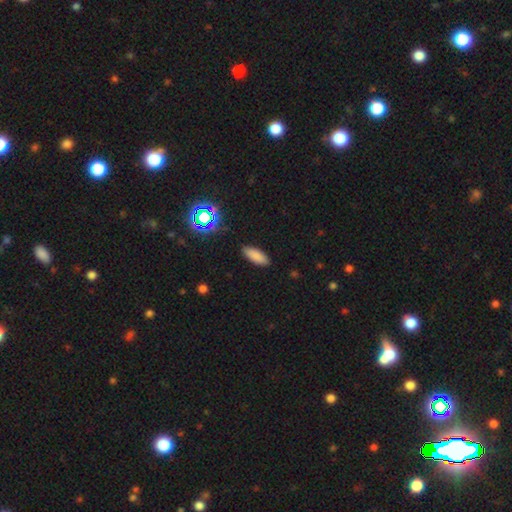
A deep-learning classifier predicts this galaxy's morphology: A smooth galaxy with no disk features (83%) that is in between round and cigar-shaped (76%).

Vote fractions:
- Smooth or featured? smooth: 83% / star or artifact: 12% / featured or disk: 6%
- How rounded? in between: 76% / cigar-shaped: 22% / round: 2%
- Merging? none: 88% / minor disturbance: 9% / major disturbance: 2% / merger: 1%